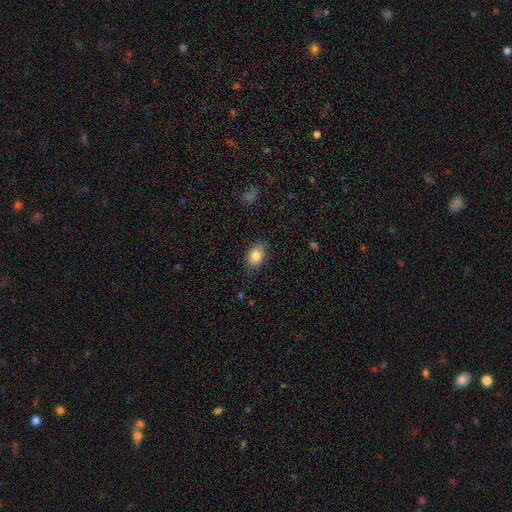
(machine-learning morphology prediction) Smooth or featured: smooth — 85% (star or artifact — 8%)
How rounded: in between — 83% (round — 15%)
Merging: none — 81% (minor disturbance — 15%)